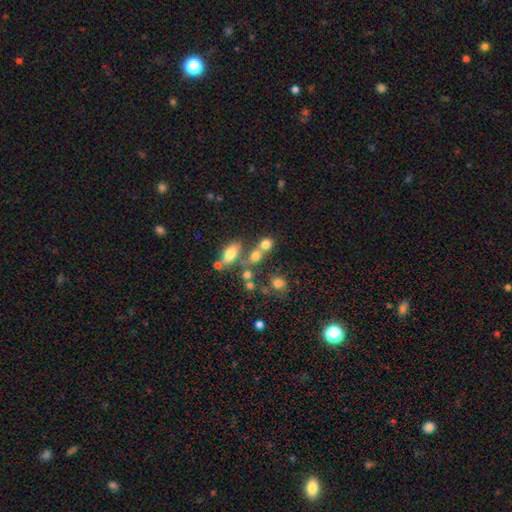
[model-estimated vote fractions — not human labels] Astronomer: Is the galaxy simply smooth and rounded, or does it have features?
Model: smooth — 70%.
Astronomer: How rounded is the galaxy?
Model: in between — 58% (runner-up: round, 37%).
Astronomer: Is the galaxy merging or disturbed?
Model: none — 43% (runner-up: merger, 39%).